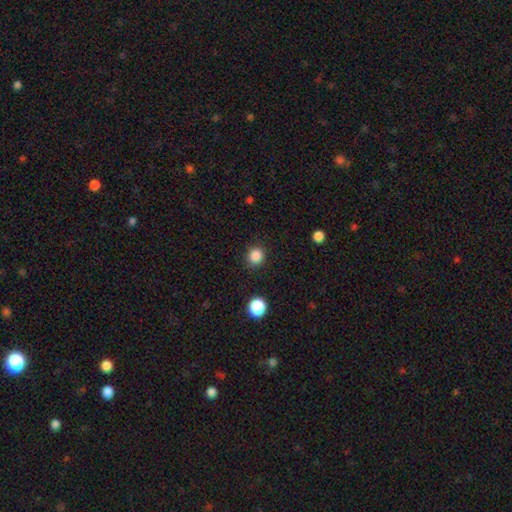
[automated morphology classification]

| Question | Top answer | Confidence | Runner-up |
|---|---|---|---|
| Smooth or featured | smooth | 86% | star or artifact (11%) |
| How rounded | round | 89% | in between (10%) |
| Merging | none | 90% | minor disturbance (6%) |